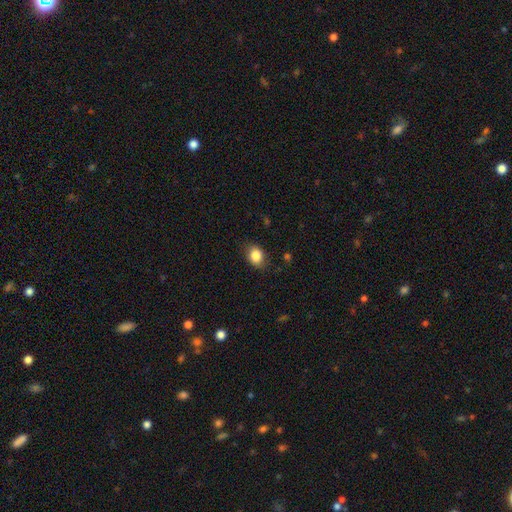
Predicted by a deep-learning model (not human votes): Smooth or featured: smooth — 85% (star or artifact — 9%)
How rounded: in between — 56% (round — 43%)
Merging: none — 80% (minor disturbance — 15%)